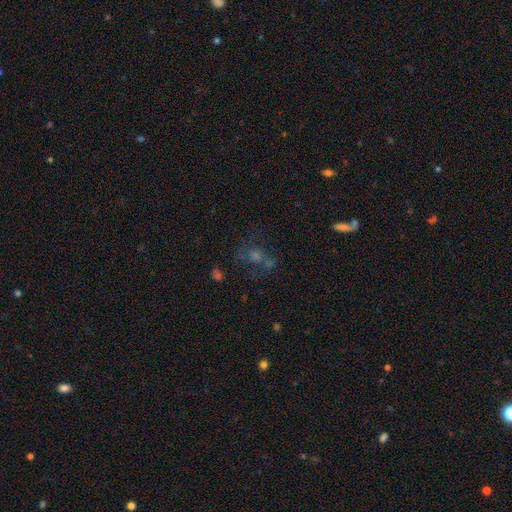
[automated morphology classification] Q: Smooth or featured?
A: featured or disk (36%); runner-up: star or artifact (33%)
Q: Merging?
A: none (50%); runner-up: merger (18%)